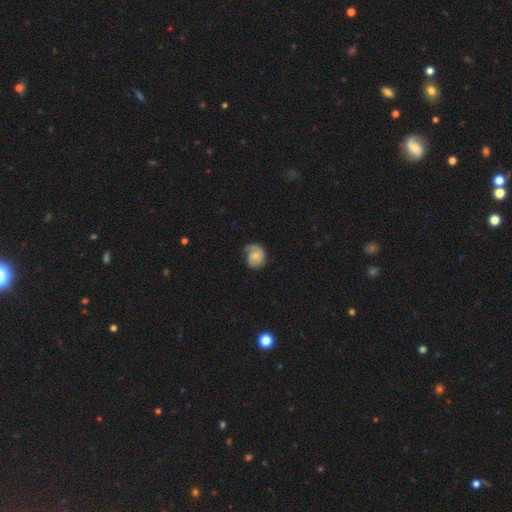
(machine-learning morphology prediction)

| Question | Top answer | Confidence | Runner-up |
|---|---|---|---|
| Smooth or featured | smooth | 47% | featured or disk (46%) |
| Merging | none | 48% | minor disturbance (31%) |